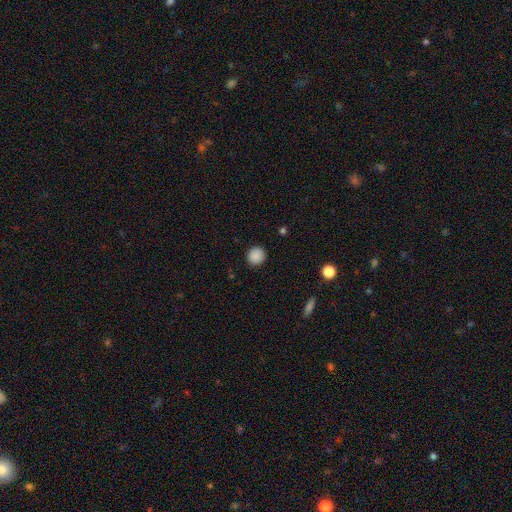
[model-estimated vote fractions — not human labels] Smooth or featured?
  - smooth: 88% *
  - star or artifact: 9%
  - featured or disk: 3%
How rounded?
  - round: 92% *
  - in between: 7%
  - cigar-shaped: 1%
Merging?
  - none: 91% *
  - minor disturbance: 6%
  - major disturbance: 2%
  - merger: 1%